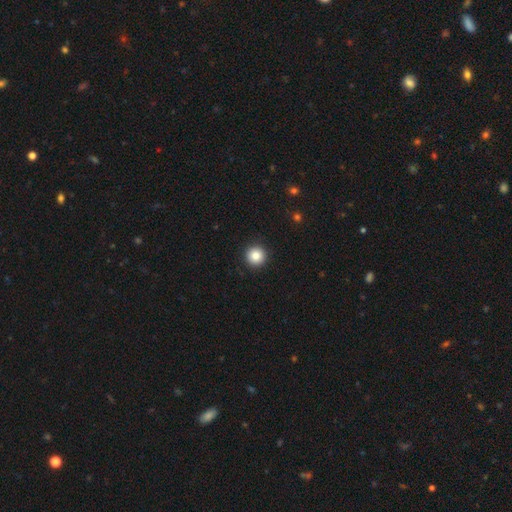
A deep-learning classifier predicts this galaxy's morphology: Smooth or featured? Predicted: smooth (p=0.85). How rounded? Predicted: round (p=0.96). Merging? Predicted: none (p=0.93).